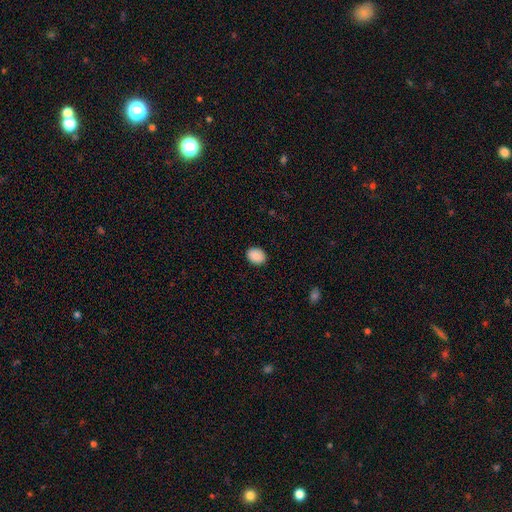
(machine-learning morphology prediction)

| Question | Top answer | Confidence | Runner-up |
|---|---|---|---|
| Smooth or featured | smooth | 89% | star or artifact (7%) |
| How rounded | in between | 63% | round (36%) |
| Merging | none | 90% | minor disturbance (8%) |